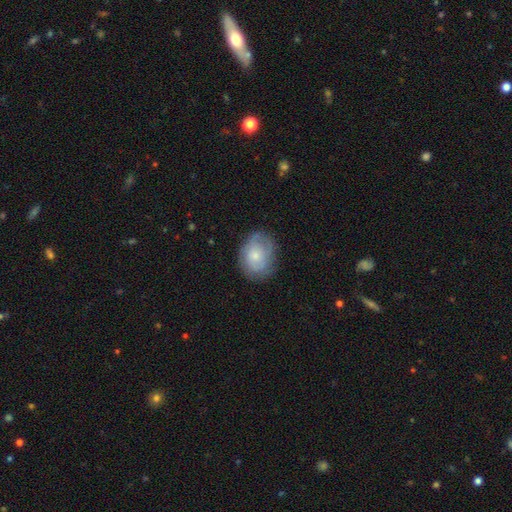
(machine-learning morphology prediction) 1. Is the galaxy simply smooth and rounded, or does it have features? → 59% smooth, 34% featured or disk, 7% star or artifact.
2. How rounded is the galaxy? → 55% in between, 44% round, 1% cigar-shaped.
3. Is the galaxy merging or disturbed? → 68% none, 23% minor disturbance, 8% major disturbance, 1% merger.